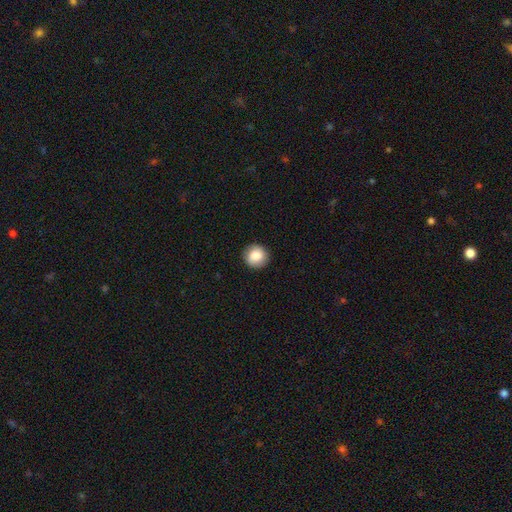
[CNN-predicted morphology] A smooth galaxy with no disk features (85%) that is round (92%). Merging: none (90%).